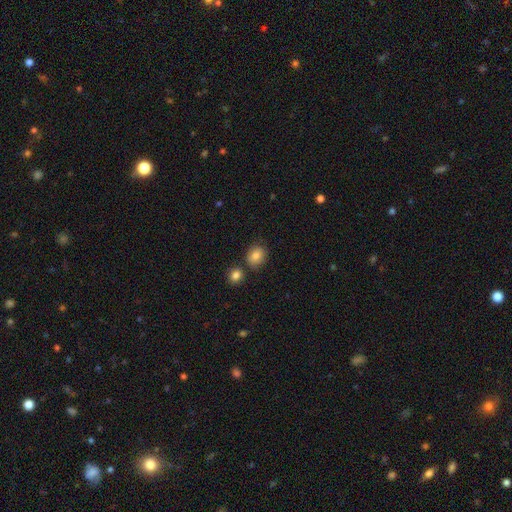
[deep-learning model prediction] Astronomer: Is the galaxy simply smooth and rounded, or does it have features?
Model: smooth — 83%.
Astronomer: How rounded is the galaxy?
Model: round — 56% (runner-up: in between, 43%).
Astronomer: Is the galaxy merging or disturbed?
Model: none — 74%.